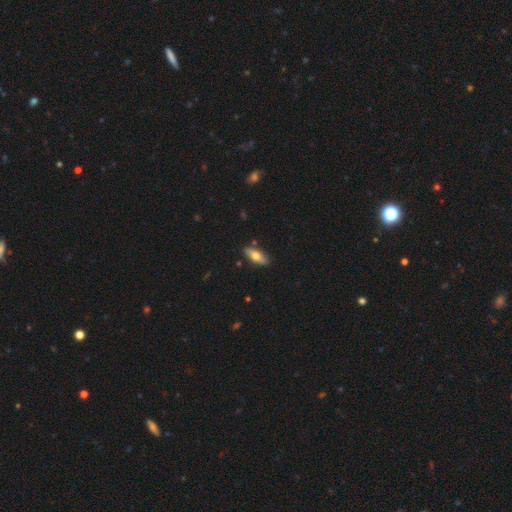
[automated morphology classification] The model was most divided on "smooth or featured": smooth: 65%, featured or disk: 28%, star or artifact: 6%. More confident: merging — none (85%); how rounded — in between (68%).